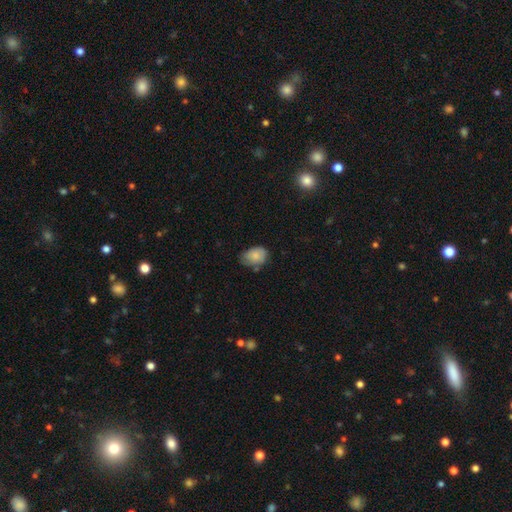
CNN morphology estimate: The model was most divided on "merging": none: 53%, minor disturbance: 34%, major disturbance: 7%, merger: 5%. More confident: smooth or featured — smooth (82%); how rounded — in between (76%).